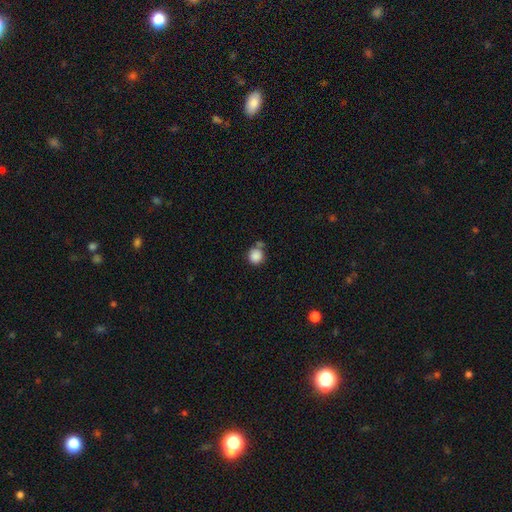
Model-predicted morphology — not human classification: Q: Smooth or featured?
A: smooth (87%); runner-up: star or artifact (10%)
Q: How rounded?
A: round (92%); runner-up: in between (7%)
Q: Merging?
A: none (64%); runner-up: merger (16%)